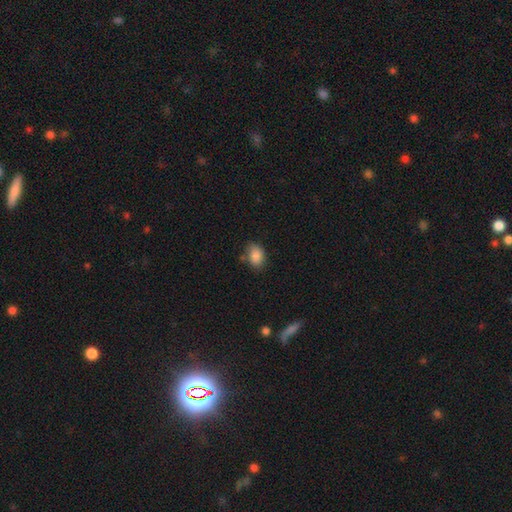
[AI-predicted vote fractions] smooth-or-featured: smooth: 86% | star or artifact: 8% | featured or disk: 6%
  how-rounded: in between: 76% | round: 22% | cigar-shaped: 1%
  merging: none: 72% | minor disturbance: 19% | merger: 5% | major disturbance: 4%